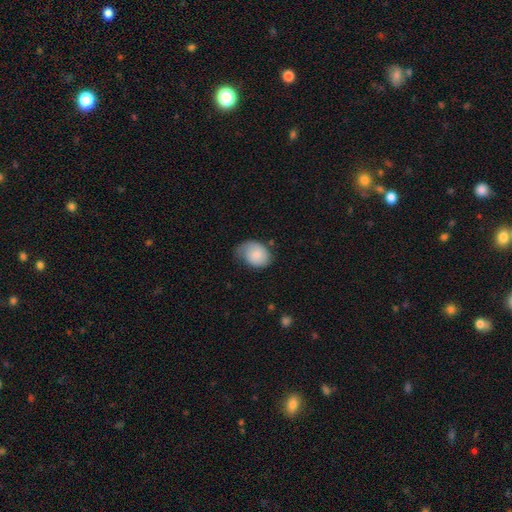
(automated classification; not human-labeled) A smooth galaxy with no disk features (78%) that is in between round and cigar-shaped (64%).

Vote fractions:
- Smooth or featured? smooth: 78% / featured or disk: 16% / star or artifact: 7%
- How rounded? in between: 64% / round: 35% / cigar-shaped: 1%
- Merging? minor disturbance: 41% / none: 39% / major disturbance: 18% / merger: 2%